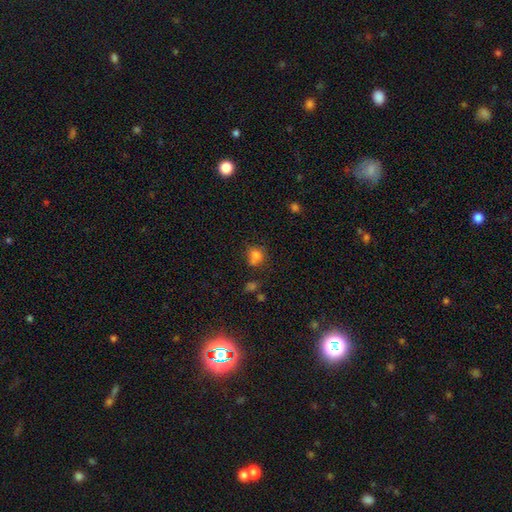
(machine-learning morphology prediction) smooth 77%, star or artifact 13%, featured or disk 9%. Down the decision tree: how rounded — round (72%); merging — none (53%).